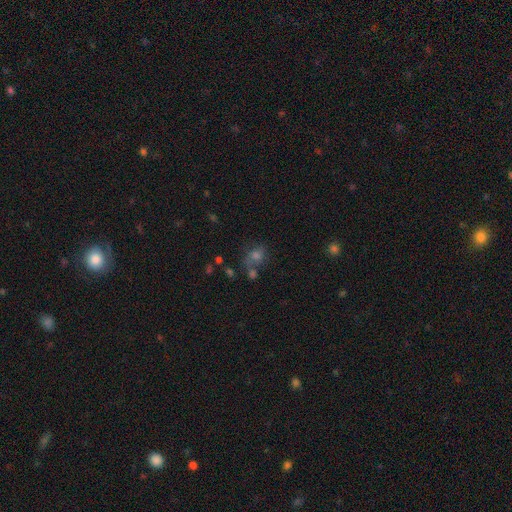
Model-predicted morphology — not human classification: Q: Smooth or featured?
A: smooth (54%); runner-up: star or artifact (26%)
Q: How rounded?
A: round (57%); runner-up: in between (41%)
Q: Merging?
A: none (49%); runner-up: merger (24%)